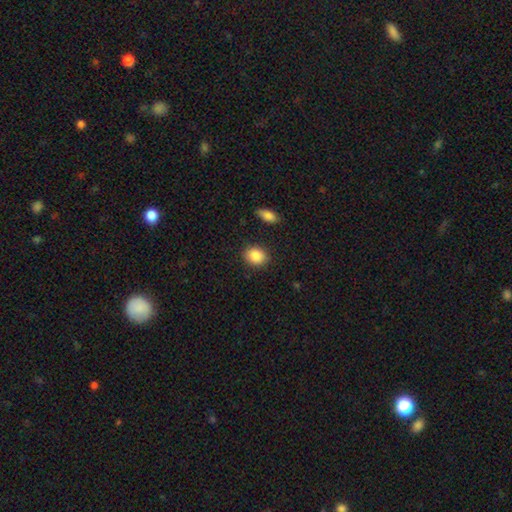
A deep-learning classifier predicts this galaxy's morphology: Smooth or featured: smooth — 88% (star or artifact — 8%)
How rounded: round — 52% (in between — 46%)
Merging: none — 86% (minor disturbance — 9%)